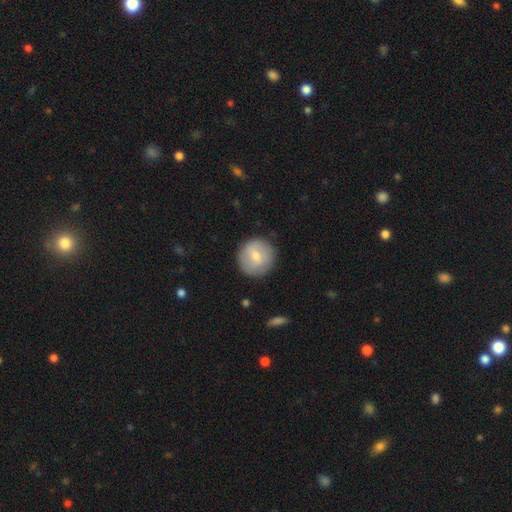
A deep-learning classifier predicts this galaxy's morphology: This appears to be a smooth galaxy with no disk features (66%) that is round (93%). Merging: none (86%).